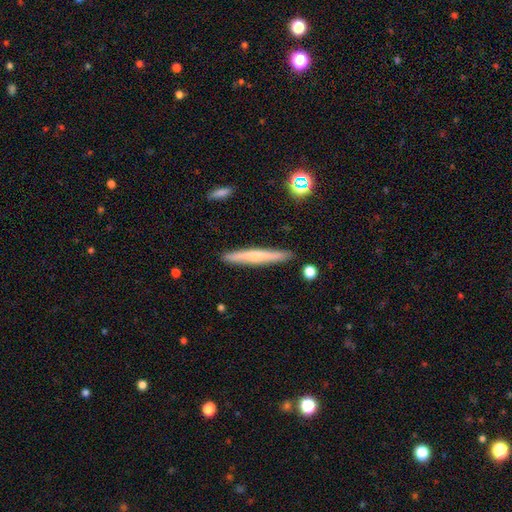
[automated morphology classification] Smooth or featured? smooth (50%)
How rounded? cigar-shaped (95%)
Merging? none (90%)